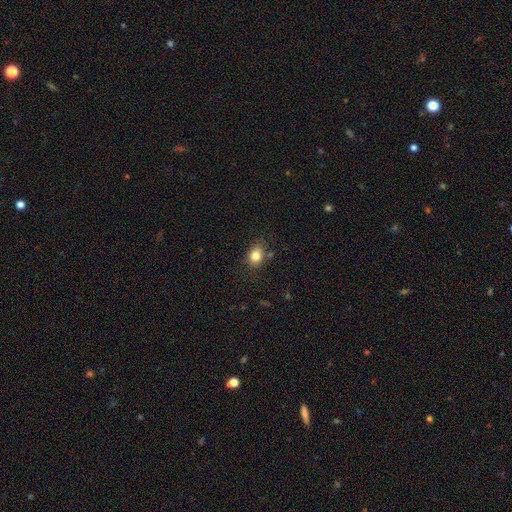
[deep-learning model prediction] This is clearly a smooth galaxy (81%). How rounded: possibly in between (51%). Merging: likely none (77%).